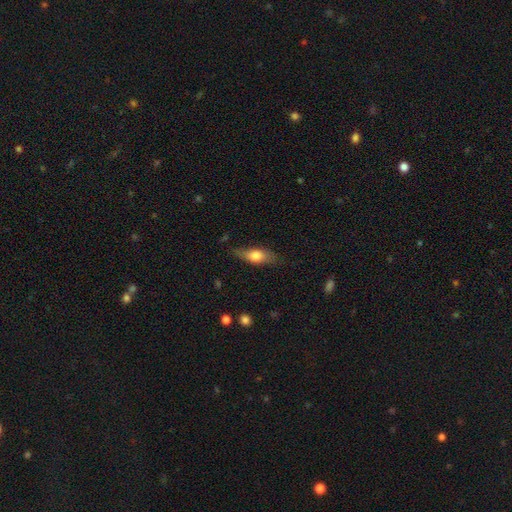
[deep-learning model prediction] A smooth galaxy with no disk features (67%) that is in between round and cigar-shaped (69%).

Vote fractions:
- Smooth or featured? smooth: 67% / featured or disk: 26% / star or artifact: 6%
- How rounded? in between: 69% / cigar-shaped: 26% / round: 5%
- Merging? none: 72% / minor disturbance: 21% / major disturbance: 5% / merger: 2%